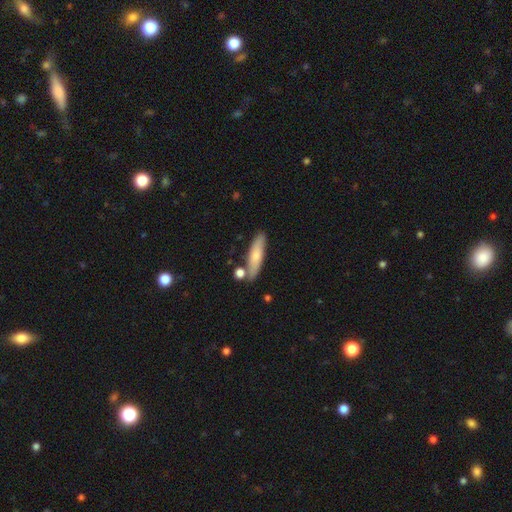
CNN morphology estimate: Overall: smooth (68%). How rounded: cigar-shaped (72%). Merging: none (74%).